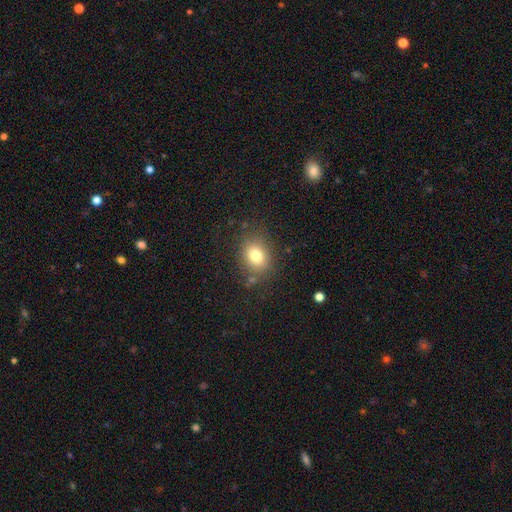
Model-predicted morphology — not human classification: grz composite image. It shows a smooth galaxy with no disk features (78%) that is round (58%). Merging: none (81%).